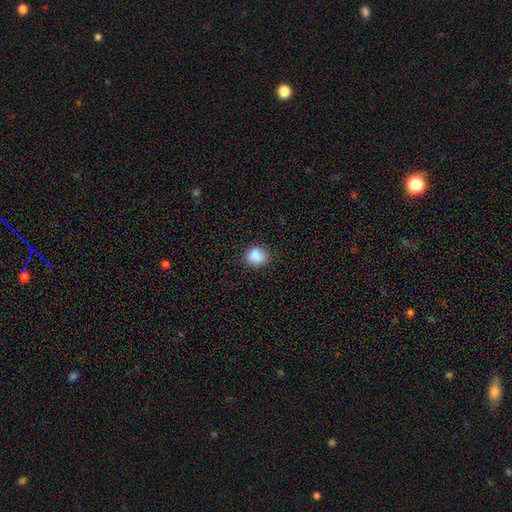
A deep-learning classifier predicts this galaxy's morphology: The model was most divided on "how rounded": round: 73%, in between: 26%, cigar-shaped: 1%. More confident: smooth or featured — smooth (88%); merging — none (82%).